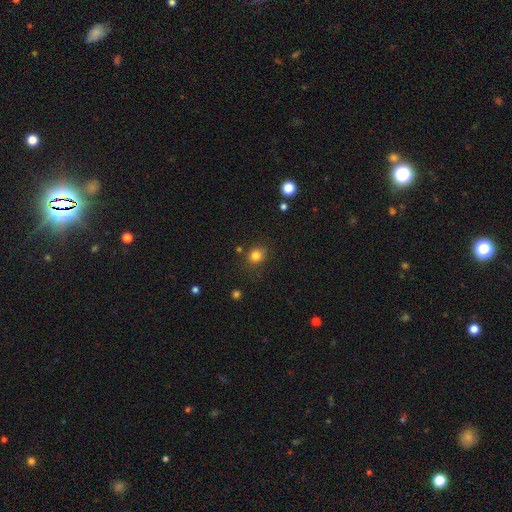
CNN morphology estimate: This is clearly a smooth galaxy (82%). How rounded: likely round (75%). Merging: likely none (77%).